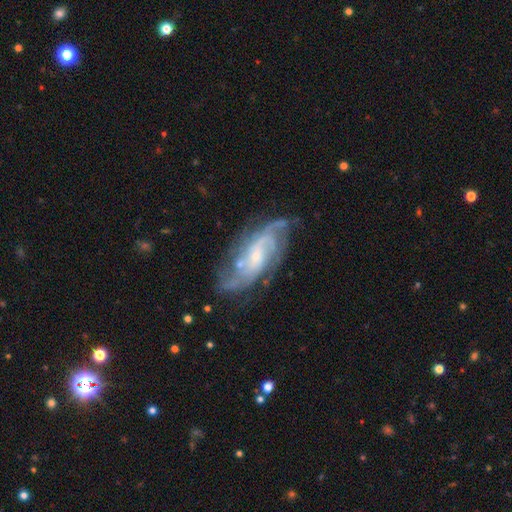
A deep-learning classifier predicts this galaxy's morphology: This appears to be a featured or disk galaxy (87%) with no bar (60%), 2 (24%, tied with can't tell) tight (46%) spiral arms (96%) and a small central bulge (74%). Merging: none (70%).